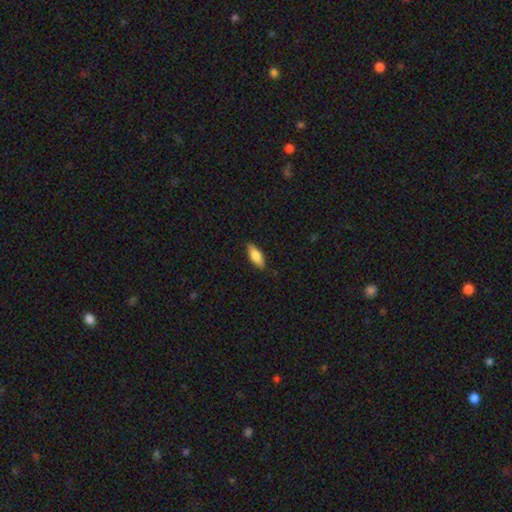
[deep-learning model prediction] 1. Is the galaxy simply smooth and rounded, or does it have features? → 74% smooth, 20% featured or disk, 6% star or artifact.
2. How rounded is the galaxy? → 68% in between, 29% cigar-shaped, 2% round.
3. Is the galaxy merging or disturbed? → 86% none, 11% minor disturbance, 2% major disturbance, 1% merger.